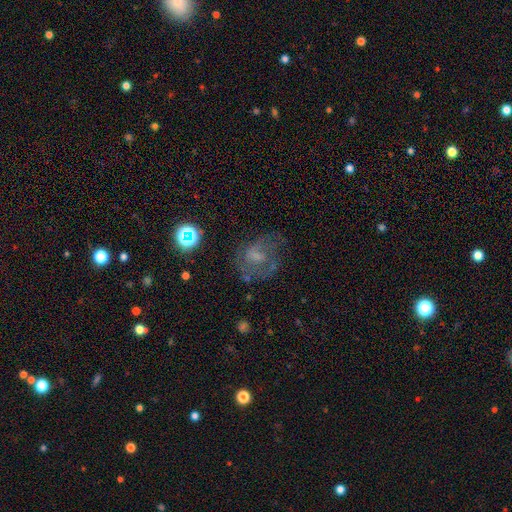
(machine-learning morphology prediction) Q: Smooth or featured?
A: featured or disk (51%); runner-up: smooth (31%)
Q: Edge-on disk?
A: no (97%); runner-up: yes (3%)
Q: Merging?
A: none (52%); runner-up: major disturbance (23%)